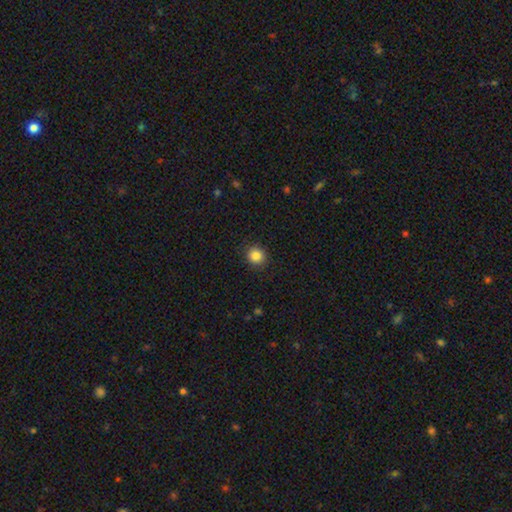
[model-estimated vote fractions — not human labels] smooth-or-featured: smooth: 85% | star or artifact: 10% | featured or disk: 4%
  how-rounded: round: 88% | in between: 11% | cigar-shaped: 1%
  merging: none: 90% | minor disturbance: 7% | major disturbance: 2% | merger: 1%